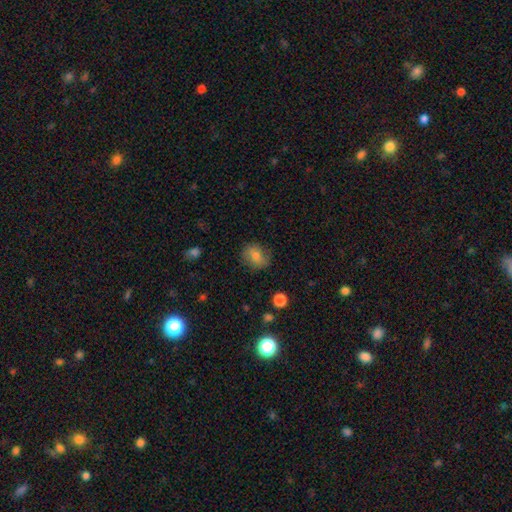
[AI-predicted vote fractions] smooth-or-featured: smooth: 68% | featured or disk: 20% | star or artifact: 12%
  how-rounded: round: 53% | in between: 45% | cigar-shaped: 1%
  merging: none: 77% | minor disturbance: 17% | major disturbance: 5% | merger: 1%